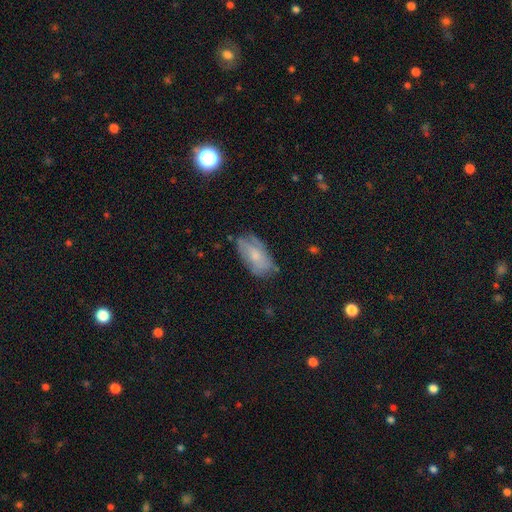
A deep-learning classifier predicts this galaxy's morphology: The model was most divided on "smooth or featured": smooth: 52%, featured or disk: 38%, star or artifact: 9%. More confident: how rounded — in between (91%); merging — none (60%).